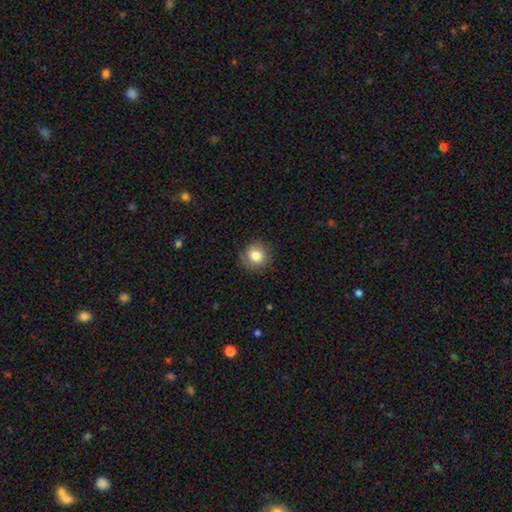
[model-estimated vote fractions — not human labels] smooth_or_featured: smooth (p=0.82) [alt: star or artifact p=0.10]
how_rounded: round (p=0.88) [alt: in between p=0.11]
merging: none (p=0.83) [alt: minor disturbance p=0.13]